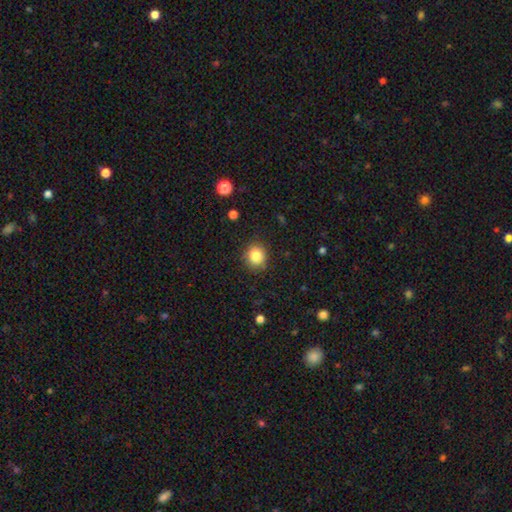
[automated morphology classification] Q: Smooth or featured?
A: smooth (83%); runner-up: star or artifact (11%)
Q: How rounded?
A: round (86%); runner-up: in between (13%)
Q: Merging?
A: none (89%); runner-up: minor disturbance (8%)